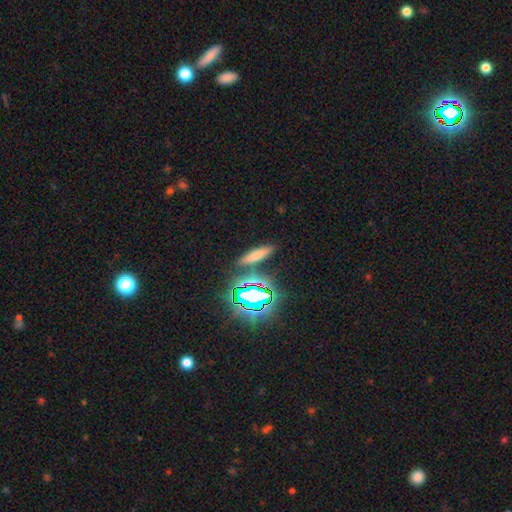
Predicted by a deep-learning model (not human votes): Smooth or featured: smooth — 62% (star or artifact — 24%)
How rounded: cigar-shaped — 67% (in between — 26%)
Merging: none — 82% (minor disturbance — 9%)